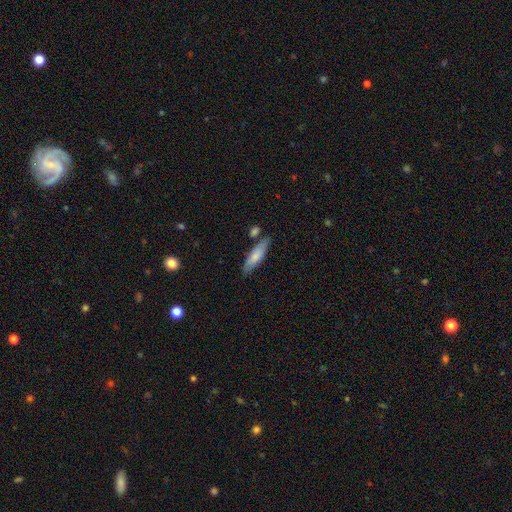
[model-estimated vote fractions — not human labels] A smooth galaxy with no disk features (72%) that is cigar-shaped (62%). Merging: none (74%).